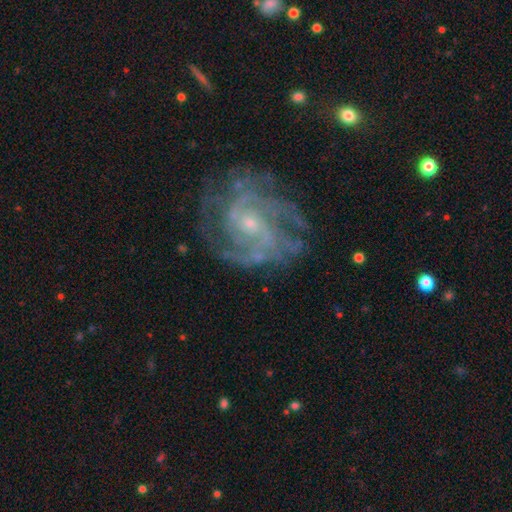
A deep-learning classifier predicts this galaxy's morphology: Smooth or featured?
  - featured or disk: 89% *
  - star or artifact: 7%
  - smooth: 5%
Edge-on disk?
  - no: 98% *
  - yes: 2%
Bar?
  - no: 61% *
  - weak: 32%
  - strong: 7%
Spiral arms?
  - yes: 96% *
  - no: 4%
Spiral winding?
  - tight: 51% *
  - medium: 41%
  - loose: 9%
Spiral arm count?
  - 2: 26% *
  - can't tell: 24%
  - 3: 24%
  - 4: 13%
  - more than 4: 7%
  - 1: 7%
Bulge size?
  - small: 72% *
  - moderate: 22%
  - none: 3%
  - large: 1%
  - dominant: 1%
Merging?
  - none: 71% *
  - minor disturbance: 17%
  - major disturbance: 10%
  - merger: 2%